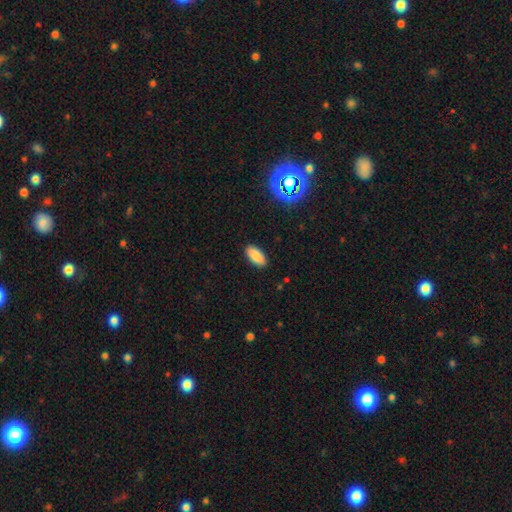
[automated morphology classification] This is clearly a smooth galaxy (86%). How rounded: clearly in between (91%). Merging: clearly none (90%).